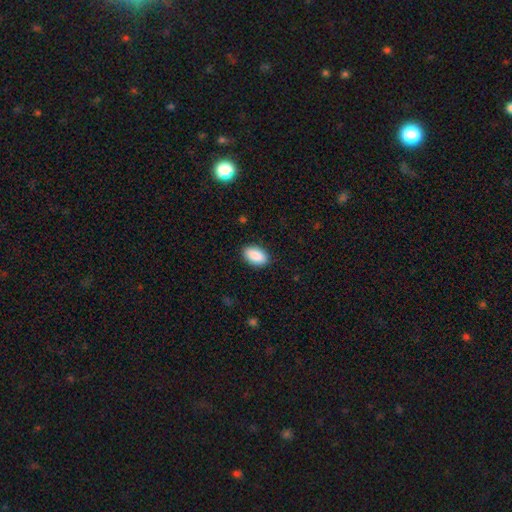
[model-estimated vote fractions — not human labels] Smooth or featured?
  - smooth: 90% *
  - star or artifact: 6%
  - featured or disk: 4%
How rounded?
  - in between: 94% *
  - round: 4%
  - cigar-shaped: 2%
Merging?
  - none: 89% *
  - minor disturbance: 8%
  - major disturbance: 2%
  - merger: 1%